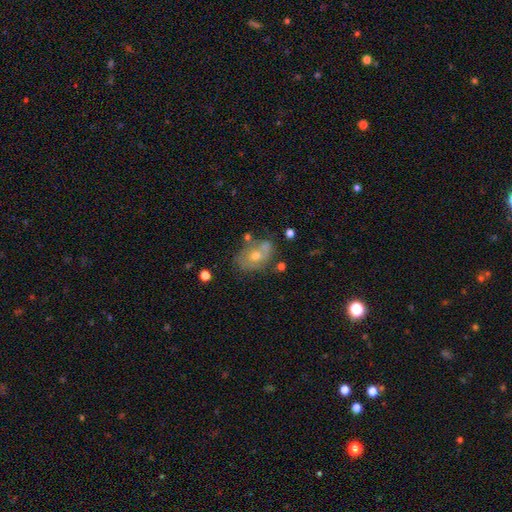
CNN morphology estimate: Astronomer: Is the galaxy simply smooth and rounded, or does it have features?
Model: featured or disk — 45% (runner-up: smooth, 43%).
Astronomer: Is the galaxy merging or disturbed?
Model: none — 53%.